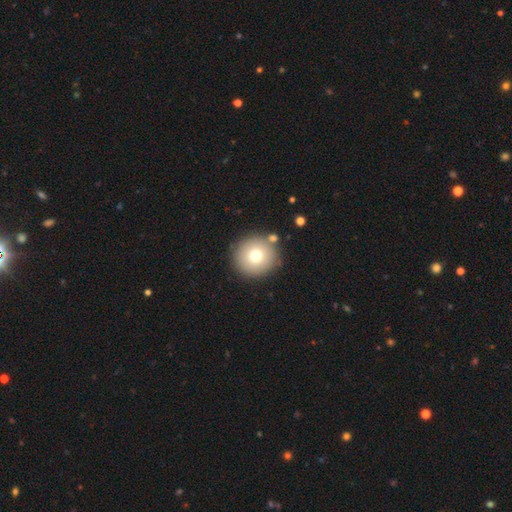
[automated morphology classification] Smooth or featured: smooth — 75% (featured or disk — 14%)
How rounded: round — 95% (in between — 4%)
Merging: none — 84% (minor disturbance — 8%)